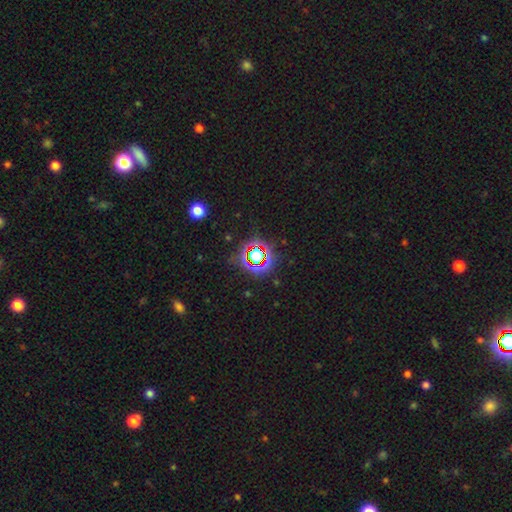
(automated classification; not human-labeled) Smooth or featured: star or artifact — 73% (smooth — 17%)